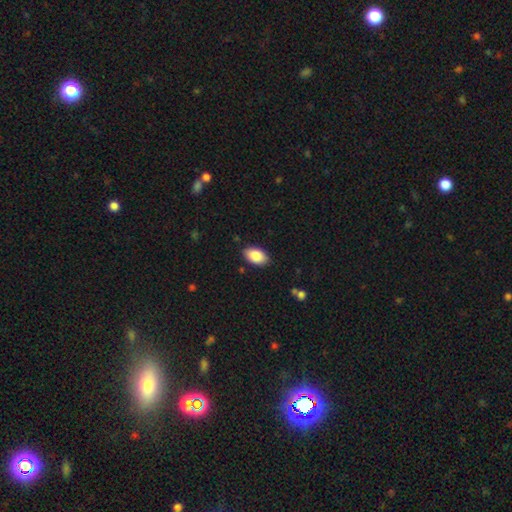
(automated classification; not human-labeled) This is clearly a smooth galaxy (87%). How rounded: clearly in between (94%). Merging: clearly none (87%).